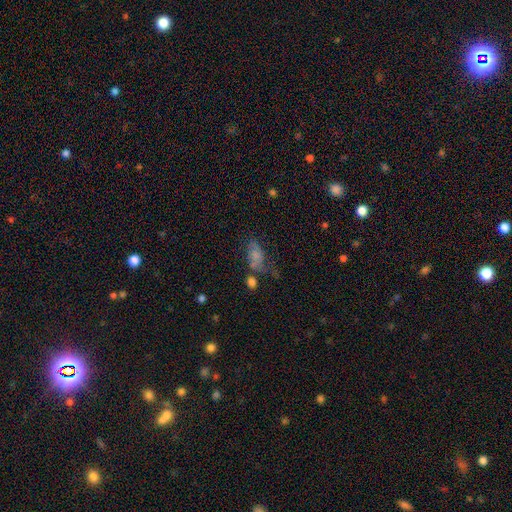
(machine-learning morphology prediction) This is likely a smooth galaxy (62%). How rounded: clearly in between (86%). Merging: marginally none (32%).